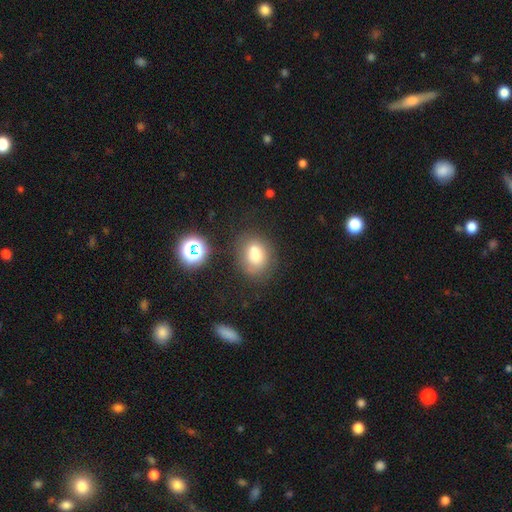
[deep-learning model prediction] Smooth or featured? Predicted: smooth (p=0.75). How rounded? Predicted: in between (p=0.63). Merging? Predicted: none (p=0.66).